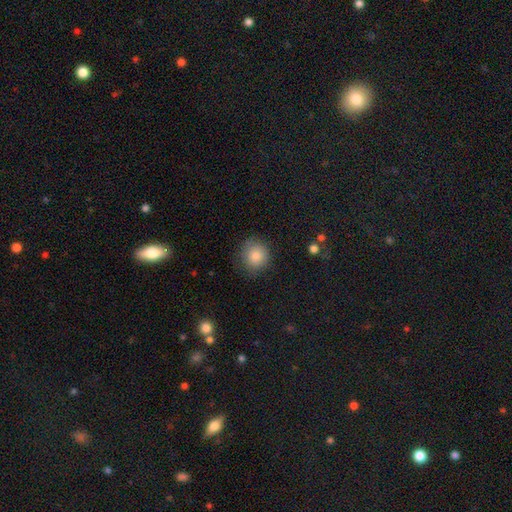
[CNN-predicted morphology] The model was most divided on "merging": none: 84%, minor disturbance: 12%, major disturbance: 3%, merger: 1%. More confident: how rounded — round (88%); smooth or featured — smooth (86%).